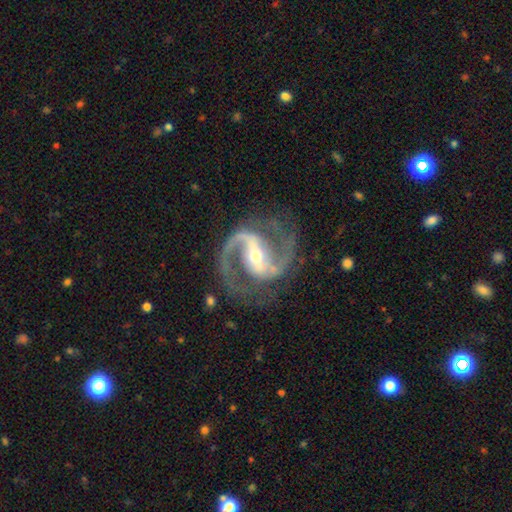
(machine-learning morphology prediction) featured or disk 93%, star or artifact 5%, smooth 2%. Down the decision tree: edge-on disk — no (98%); bar — strong (56%); spiral arms — yes (98%); spiral arm count — 2 (94%); spiral winding — medium (66%); bulge size — moderate (51%); merging — none (79%).